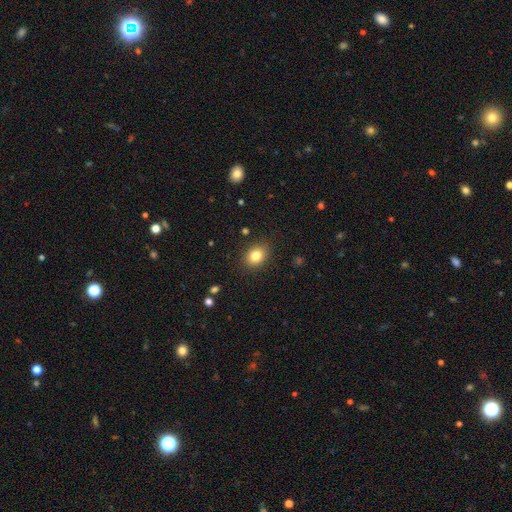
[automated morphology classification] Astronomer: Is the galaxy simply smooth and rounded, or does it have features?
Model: smooth — 83%.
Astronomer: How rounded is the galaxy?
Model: round — 50% (runner-up: in between, 49%).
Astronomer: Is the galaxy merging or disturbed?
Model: none — 87%.